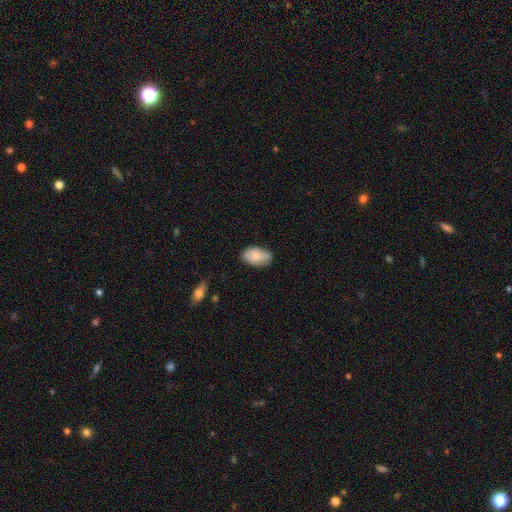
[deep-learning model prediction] A smooth galaxy with no disk features (78%) that is in between round and cigar-shaped (92%). Merging: none (64%).